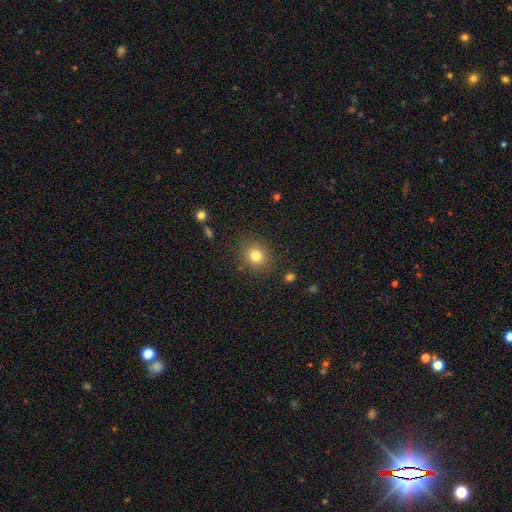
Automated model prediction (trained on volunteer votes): Q: Smooth or featured?
A: smooth (80%); runner-up: star or artifact (12%)
Q: How rounded?
A: round (77%); runner-up: in between (22%)
Q: Merging?
A: none (85%); runner-up: minor disturbance (9%)